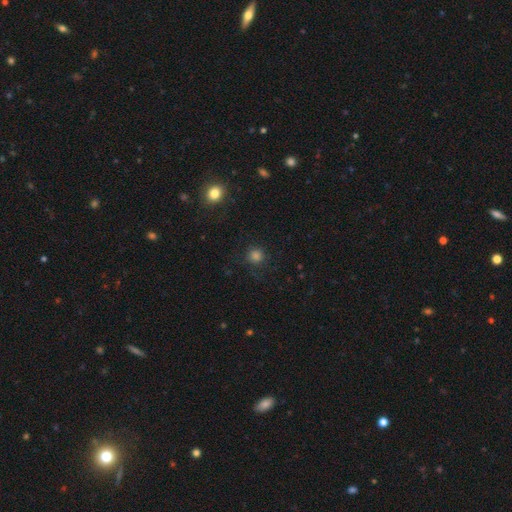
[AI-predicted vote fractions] The model was most divided on "smooth or featured": smooth: 78%, star or artifact: 18%, featured or disk: 4%. More confident: how rounded — round (93%); merging — none (85%).